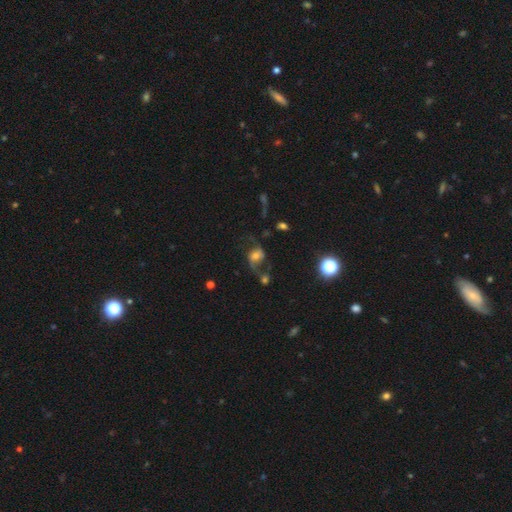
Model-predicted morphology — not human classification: smooth_or_featured: featured or disk (p=0.51) [alt: smooth p=0.35]
disk_edge_on: no (p=0.96) [alt: yes p=0.04]
merging: none (p=0.37) [alt: major disturbance p=0.27]